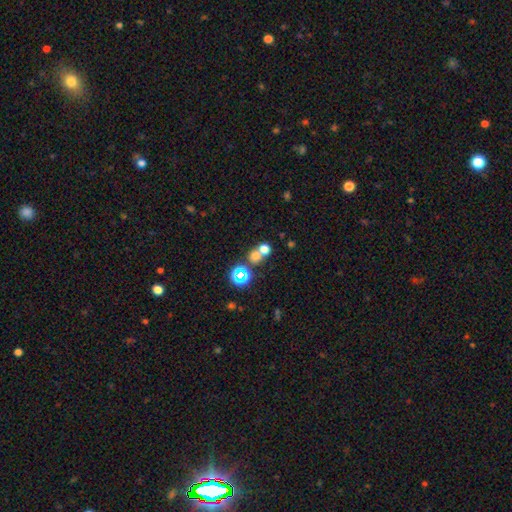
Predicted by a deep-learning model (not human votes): Smooth or featured? smooth (64%)
How rounded? round (82%)
Merging? none (48%)